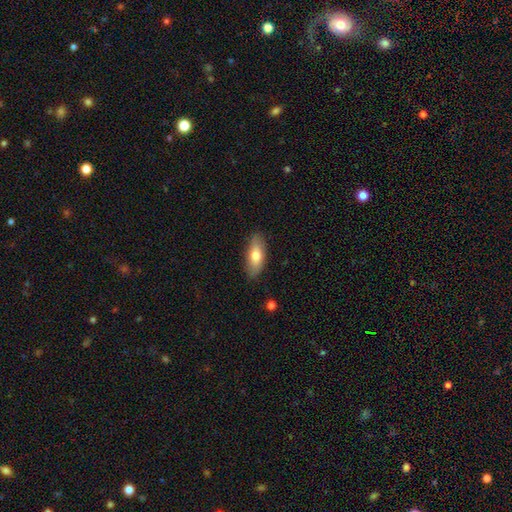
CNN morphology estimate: Smooth or featured: smooth — 71% (featured or disk — 23%)
How rounded: in between — 79% (cigar-shaped — 18%)
Merging: none — 84% (minor disturbance — 12%)